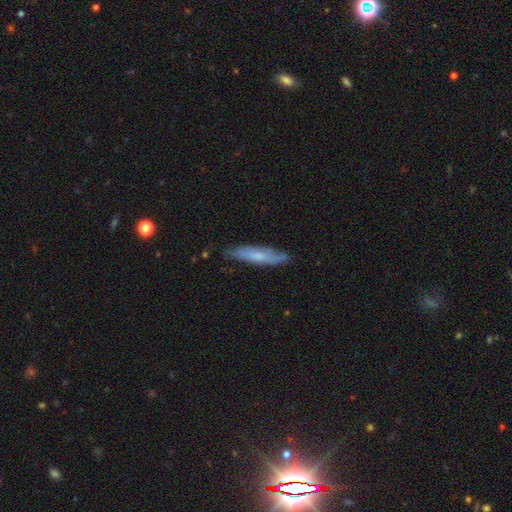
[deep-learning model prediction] A smooth galaxy with no disk features (48%). Merging: none (84%).